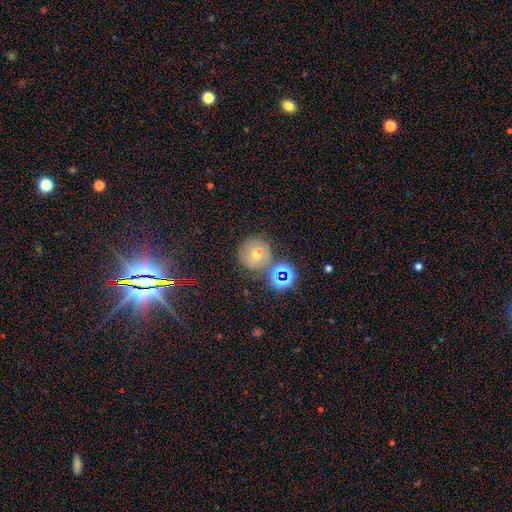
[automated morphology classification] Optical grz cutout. It shows a star or artifact, not a galaxy (40%).